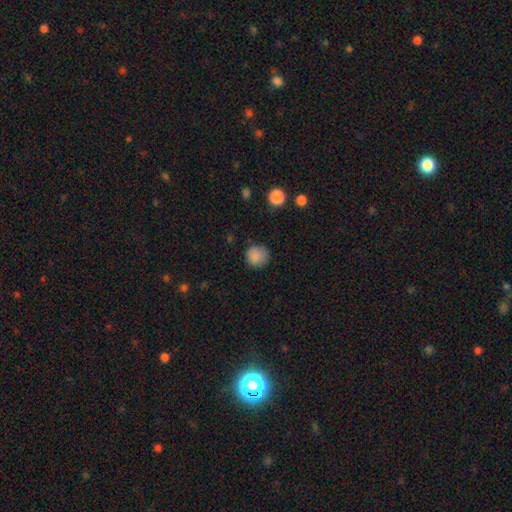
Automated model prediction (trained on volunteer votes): Morphology: type=smooth (86%); roundness=round (92%); merging=none (83%).